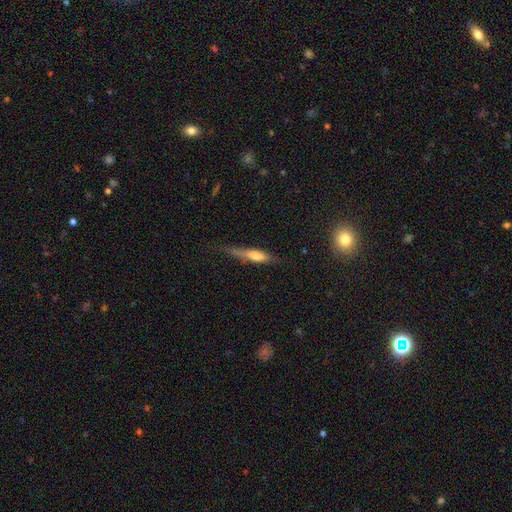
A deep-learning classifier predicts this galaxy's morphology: type=smooth (50%); roundness=cigar-shaped (76%); merging=none (61%).